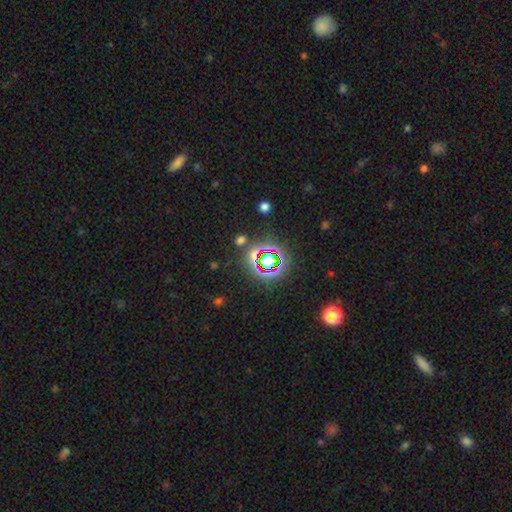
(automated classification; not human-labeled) smooth-or-featured: star or artifact: 76% | smooth: 15% | featured or disk: 9%